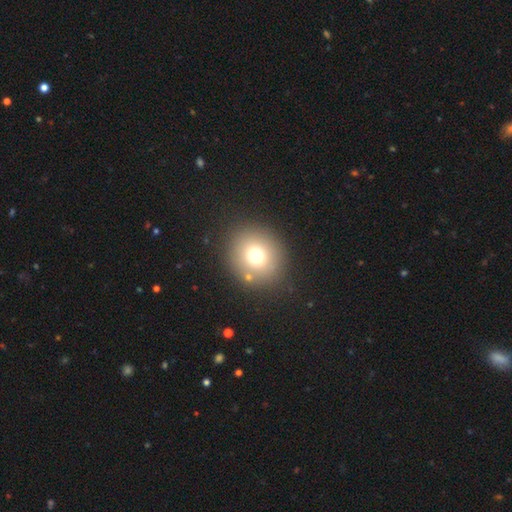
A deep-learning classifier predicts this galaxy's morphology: smooth_or_featured: smooth (p=0.72) [alt: star or artifact p=0.16]
how_rounded: round (p=0.85) [alt: in between p=0.15]
merging: none (p=0.85) [alt: minor disturbance p=0.08]